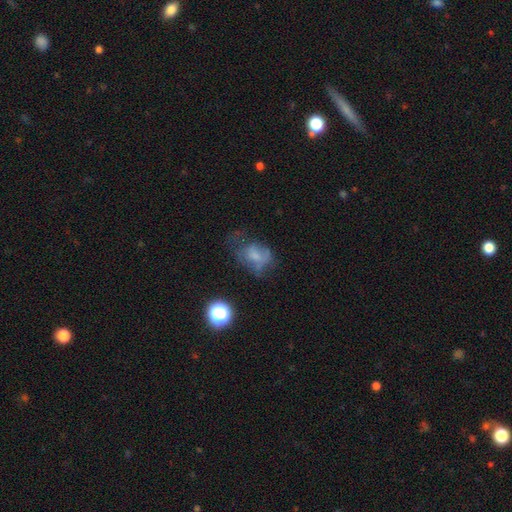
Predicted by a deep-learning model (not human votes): smooth-or-featured: smooth: 52% | featured or disk: 31% | star or artifact: 17%
  how-rounded: in between: 63% | round: 35% | cigar-shaped: 1%
  merging: major disturbance: 35% | none: 34% | minor disturbance: 27% | merger: 4%